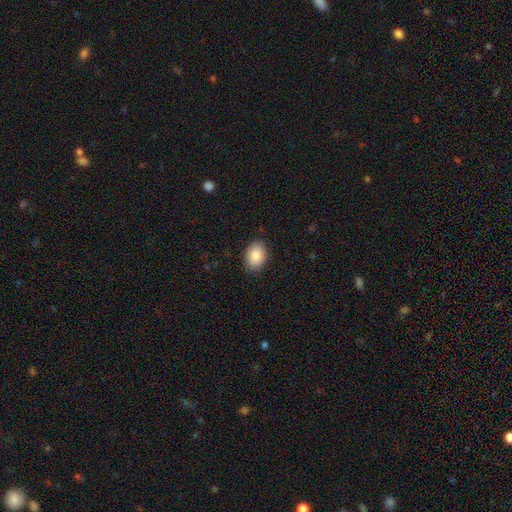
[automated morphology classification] smooth_or_featured: smooth (p=0.88) [alt: star or artifact p=0.07]
how_rounded: in between (p=0.81) [alt: round p=0.18]
merging: none (p=0.87) [alt: minor disturbance p=0.10]